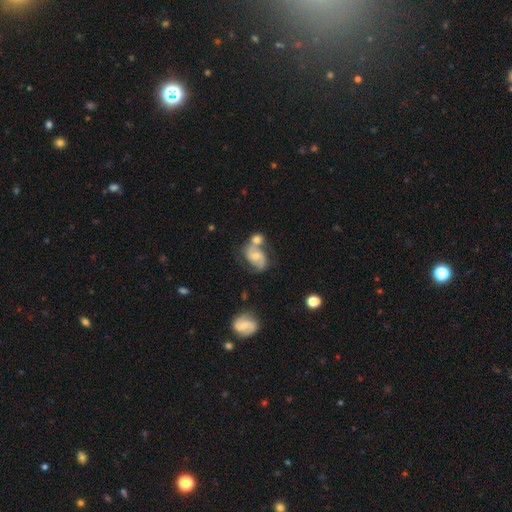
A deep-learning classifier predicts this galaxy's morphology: This is likely a featured or disk galaxy (69%). It is clearly not viewed edge-on (97%). Bar: possibly no (52%). Spiral arm pattern: clearly yes (90%). Spiral arm count: clearly 2 (85%). Spiral winding: possibly medium (51%). Central bulge: possibly moderate (53%). Merging: possibly merger (46%).